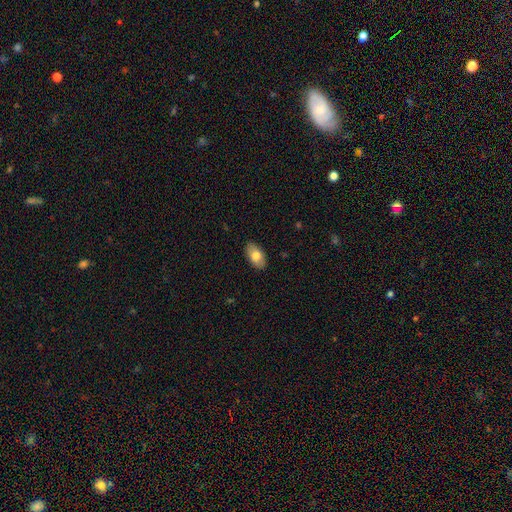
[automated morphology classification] Q: Smooth or featured?
A: smooth (78%); runner-up: featured or disk (16%)
Q: How rounded?
A: in between (94%); runner-up: round (4%)
Q: Merging?
A: none (88%); runner-up: minor disturbance (9%)